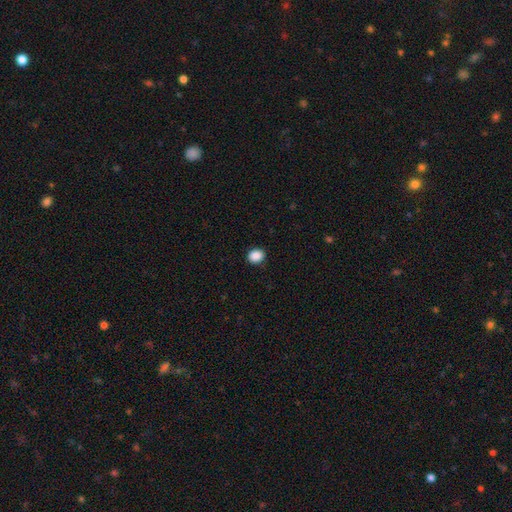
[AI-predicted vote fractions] Smooth or featured? smooth (89%)
How rounded? round (61%)
Merging? none (90%)